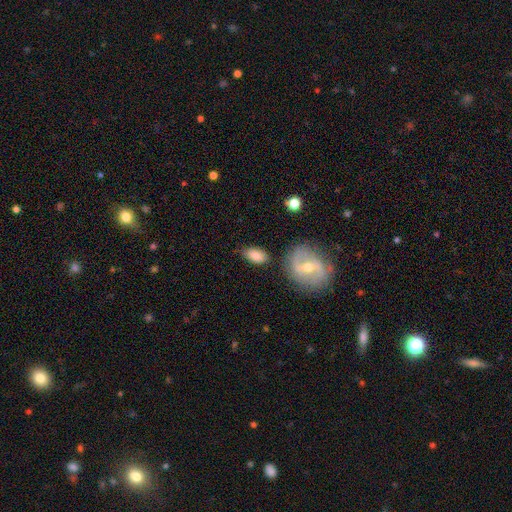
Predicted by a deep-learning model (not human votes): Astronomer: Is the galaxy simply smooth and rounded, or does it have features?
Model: smooth — 78%.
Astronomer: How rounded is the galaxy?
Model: in between — 91%.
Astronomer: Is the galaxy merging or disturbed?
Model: none — 75%.